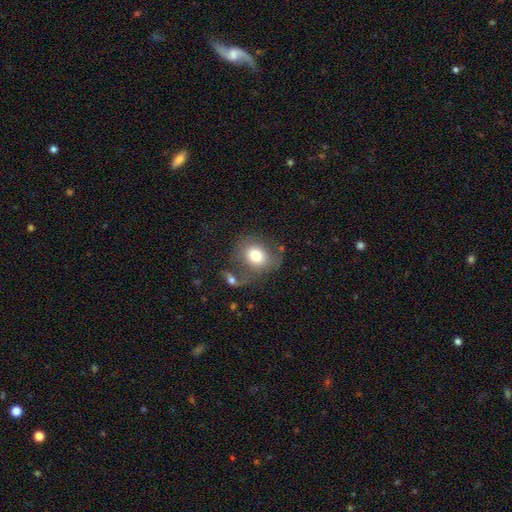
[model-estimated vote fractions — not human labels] This is likely a smooth galaxy (73%). How rounded: likely round (62%). Merging: possibly none (53%).